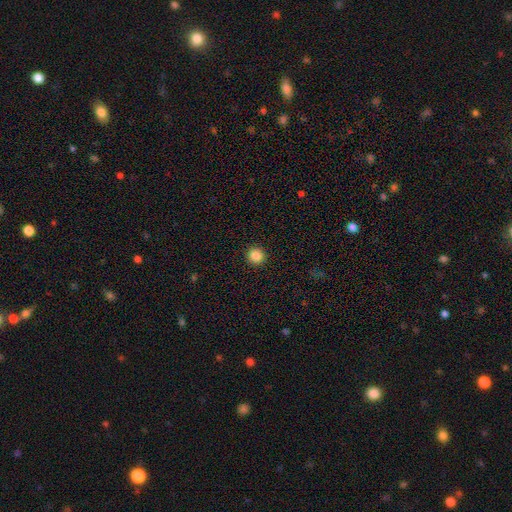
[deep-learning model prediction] Morphology: type=smooth (87%); roundness=round (95%); merging=none (93%).